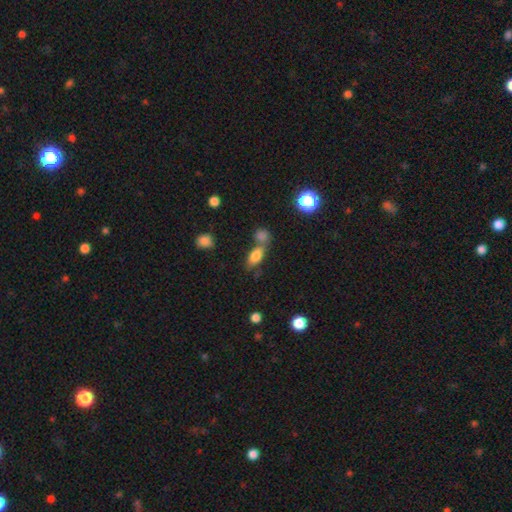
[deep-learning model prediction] This appears to be a smooth galaxy with no disk features (77%) that is in between round and cigar-shaped (81%). Merging: none (46%).